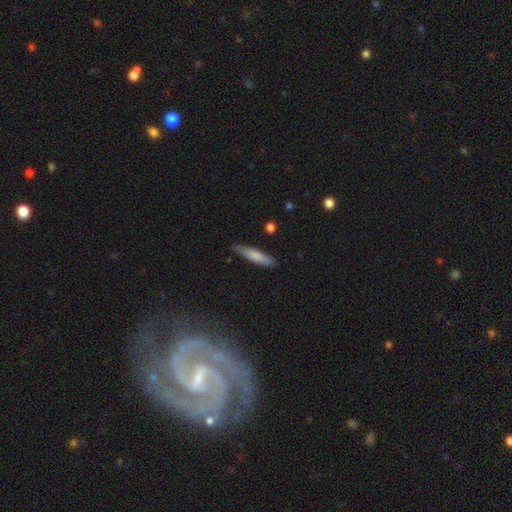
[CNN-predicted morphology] A smooth galaxy with no disk features (76%) that is cigar-shaped (81%). Merging: none (80%).